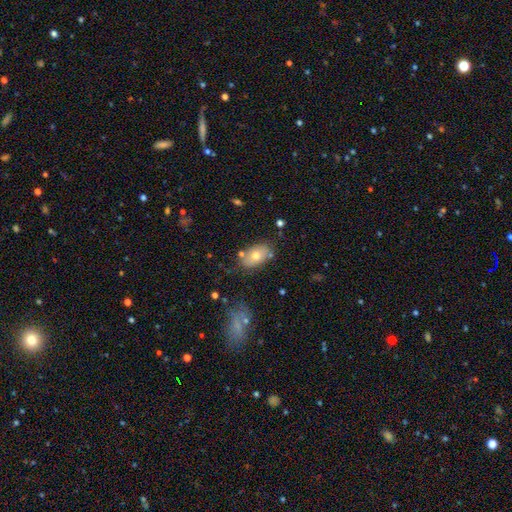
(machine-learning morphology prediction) smooth-or-featured: smooth: 69% | featured or disk: 22% | star or artifact: 8%
  how-rounded: in between: 87% | round: 11% | cigar-shaped: 2%
  merging: none: 73% | minor disturbance: 16% | merger: 7% | major disturbance: 4%